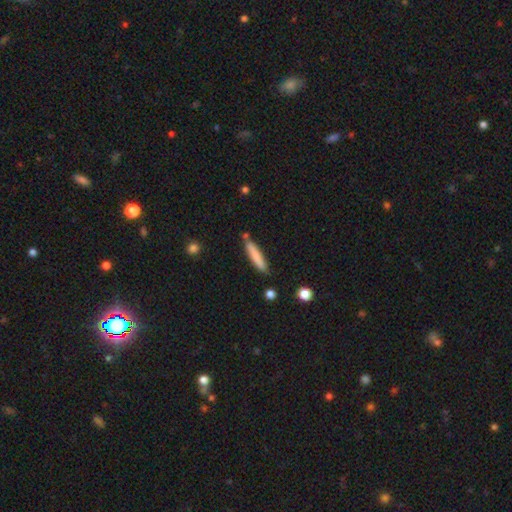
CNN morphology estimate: smooth_or_featured: smooth (p=0.80) [alt: featured or disk p=0.14]
how_rounded: cigar-shaped (p=0.89) [alt: in between p=0.10]
merging: none (p=0.79) [alt: minor disturbance p=0.13]